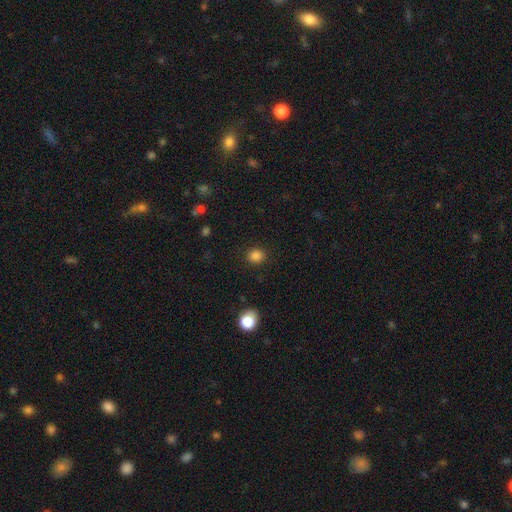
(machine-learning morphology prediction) Smooth or featured?
  - smooth: 85% *
  - star or artifact: 12%
  - featured or disk: 3%
How rounded?
  - round: 81% *
  - in between: 18%
  - cigar-shaped: 1%
Merging?
  - none: 90% *
  - minor disturbance: 6%
  - major disturbance: 2%
  - merger: 1%